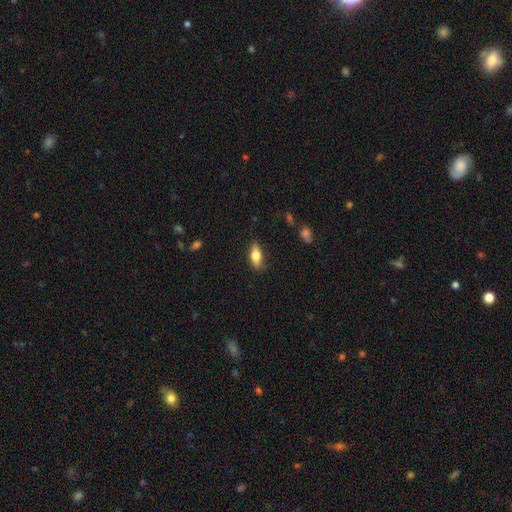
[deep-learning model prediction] This appears to be a smooth galaxy with no disk features (64%) that is in between round and cigar-shaped (72%). Merging: none (83%).